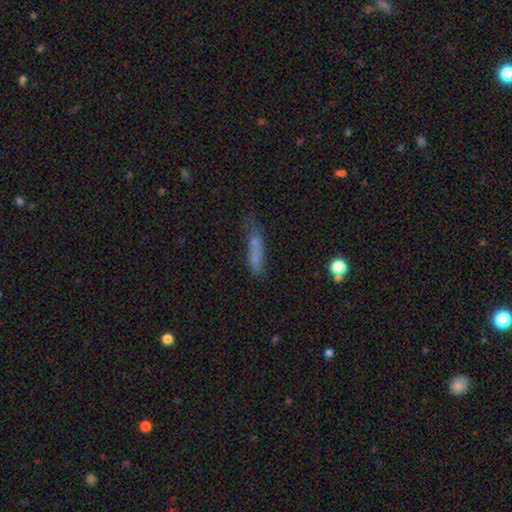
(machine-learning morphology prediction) This appears to be a smooth galaxy with no disk features (68%) that is cigar-shaped (72%). Merging: none (44%).